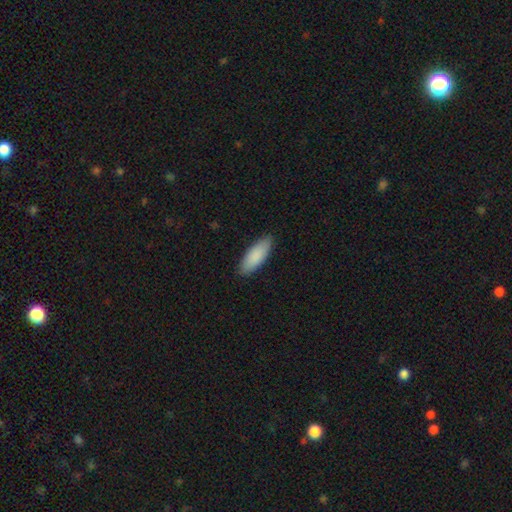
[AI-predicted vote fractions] Q: Smooth or featured?
A: smooth (89%); runner-up: featured or disk (6%)
Q: How rounded?
A: in between (72%); runner-up: cigar-shaped (27%)
Q: Merging?
A: none (88%); runner-up: minor disturbance (10%)